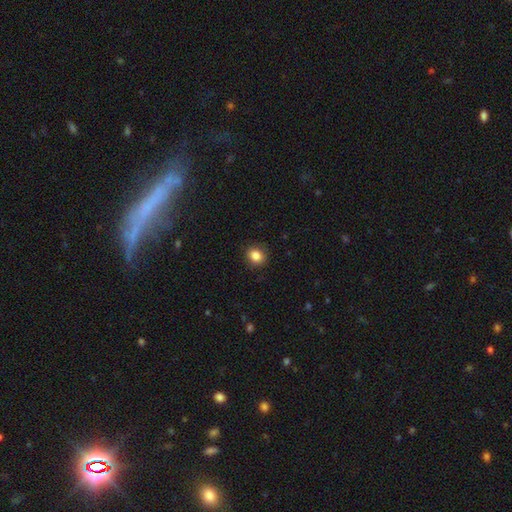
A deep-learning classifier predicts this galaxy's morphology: Smooth or featured: smooth — 85% (star or artifact — 10%)
How rounded: round — 71% (in between — 28%)
Merging: none — 89% (minor disturbance — 8%)